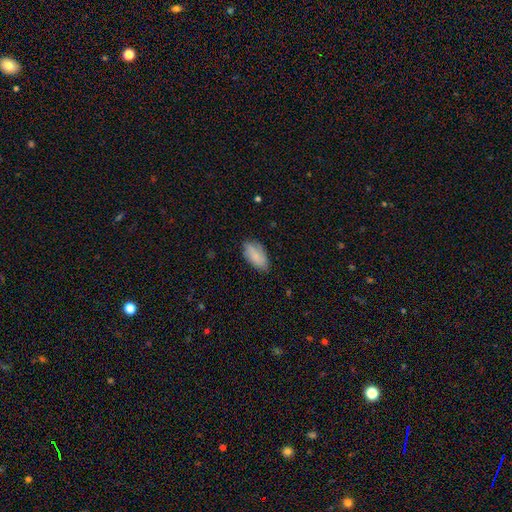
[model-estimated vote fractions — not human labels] Q: Smooth or featured?
A: smooth (81%); runner-up: featured or disk (12%)
Q: How rounded?
A: in between (92%); runner-up: cigar-shaped (5%)
Q: Merging?
A: none (76%); runner-up: minor disturbance (19%)